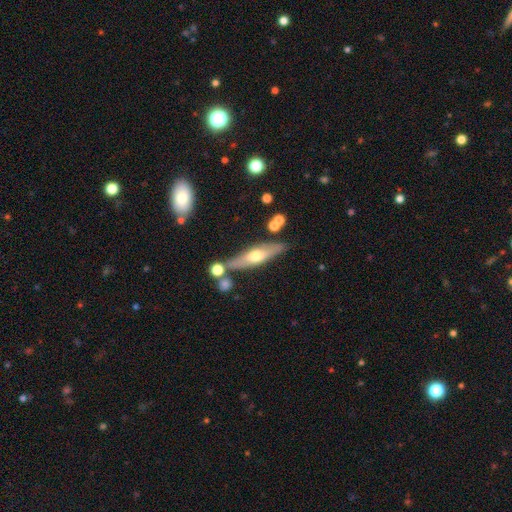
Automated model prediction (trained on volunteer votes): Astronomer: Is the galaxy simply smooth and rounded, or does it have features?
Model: featured or disk — 55% (runner-up: smooth, 39%).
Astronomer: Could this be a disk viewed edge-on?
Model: yes — 85%.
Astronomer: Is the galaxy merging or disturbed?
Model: none — 74%.